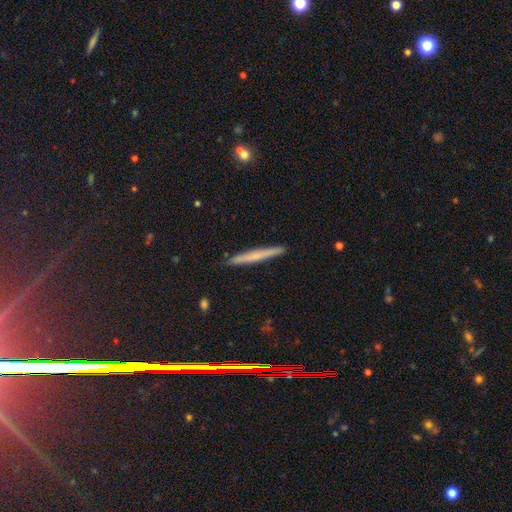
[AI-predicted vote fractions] This is possibly a smooth galaxy (58%). How rounded: clearly cigar-shaped (96%). Merging: clearly none (91%).